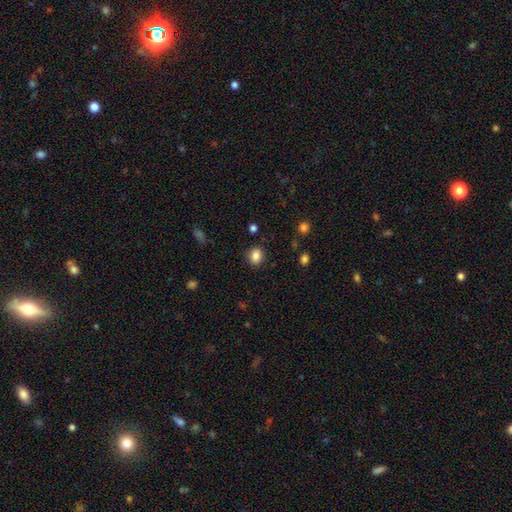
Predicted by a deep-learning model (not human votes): Smooth or featured? smooth (86%)
How rounded? round (59%)
Merging? none (88%)